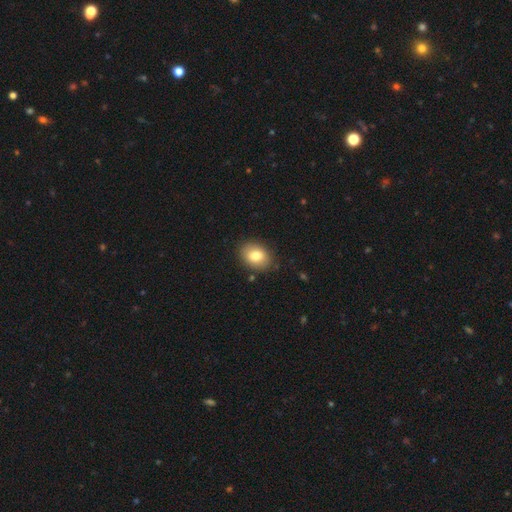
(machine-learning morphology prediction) This is clearly a smooth galaxy (80%). How rounded: likely in between (69%). Merging: clearly none (85%).